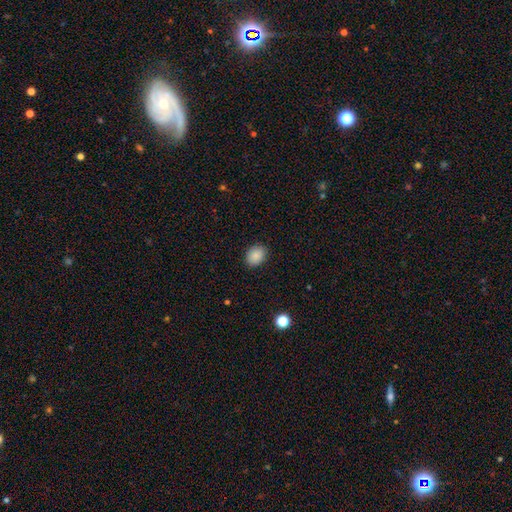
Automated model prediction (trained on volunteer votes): A smooth galaxy with no disk features (89%) that is in between round and cigar-shaped (63%).

Vote fractions:
- Smooth or featured? smooth: 89% / star or artifact: 8% / featured or disk: 3%
- How rounded? in between: 63% / round: 36% / cigar-shaped: 1%
- Merging? none: 88% / minor disturbance: 9% / major disturbance: 2% / merger: 1%